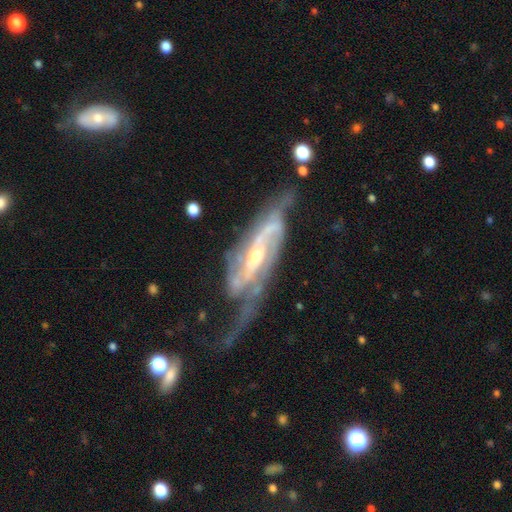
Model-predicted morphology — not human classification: Smooth or featured?
  - featured or disk: 91% *
  - star or artifact: 5%
  - smooth: 4%
Edge-on disk?
  - no: 91% *
  - yes: 9%
Bar?
  - strong: 42% *
  - weak: 36%
  - no: 22%
Spiral arms?
  - yes: 97% *
  - no: 3%
Spiral winding?
  - medium: 45% *
  - tight: 32%
  - loose: 24%
Spiral arm count?
  - 2: 70% *
  - can't tell: 11%
  - 3: 9%
  - 1: 4%
  - 4: 3%
  - more than 4: 3%
Bulge size?
  - moderate: 50% *
  - small: 45%
  - large: 2%
  - none: 1%
  - dominant: 1%
Merging?
  - none: 49% *
  - minor disturbance: 24%
  - major disturbance: 23%
  - merger: 4%